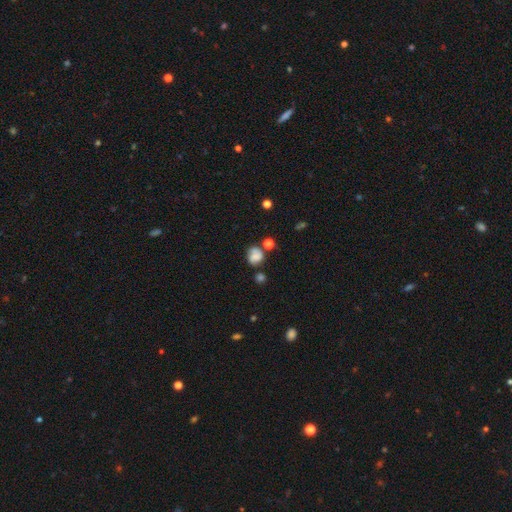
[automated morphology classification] Q: Smooth or featured?
A: smooth (63%); runner-up: featured or disk (23%)
Q: How rounded?
A: round (65%); runner-up: in between (34%)
Q: Merging?
A: none (49%); runner-up: minor disturbance (24%)